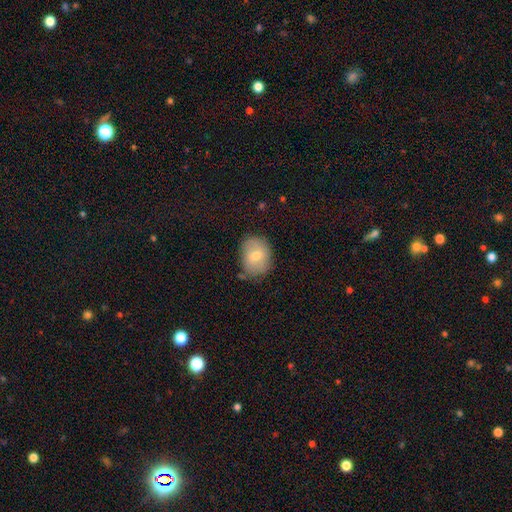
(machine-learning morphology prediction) type=smooth (69%); roundness=in between (56%); merging=none (71%).